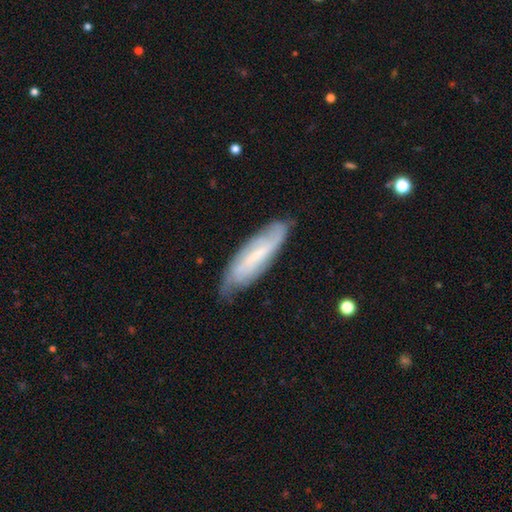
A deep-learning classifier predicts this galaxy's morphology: Smooth or featured?
  - featured or disk: 61% *
  - smooth: 32%
  - star or artifact: 7%
Edge-on disk?
  - no: 75% *
  - yes: 25%
Merging?
  - none: 73% *
  - minor disturbance: 21%
  - major disturbance: 5%
  - merger: 2%